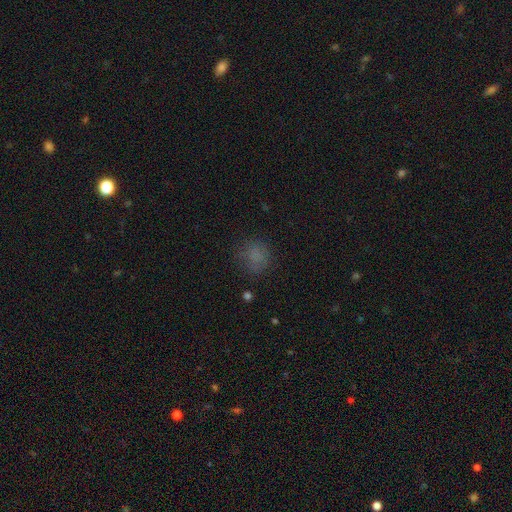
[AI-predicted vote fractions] This appears to be a smooth galaxy with no disk features (75%) that is round (79%). Merging: none (73%).